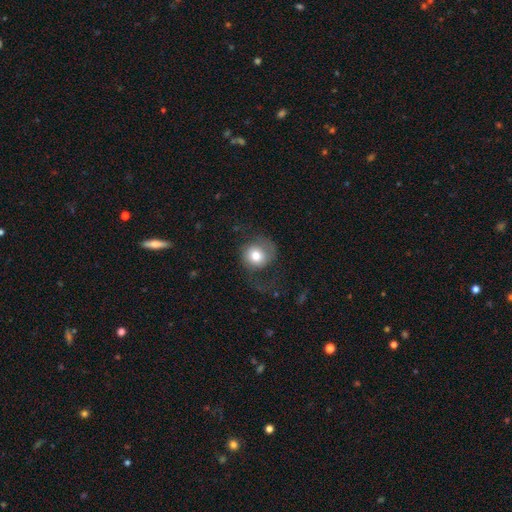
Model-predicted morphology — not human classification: This is likely a smooth galaxy (61%). How rounded: clearly round (81%). Merging: marginally none (42%).